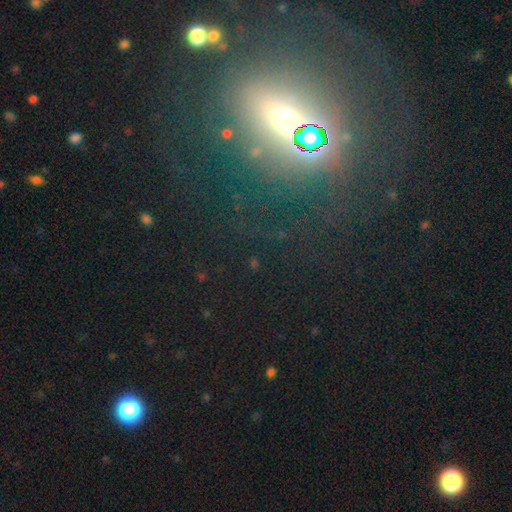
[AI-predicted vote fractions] smooth-or-featured: star or artifact: 61% | smooth: 22% | featured or disk: 17%